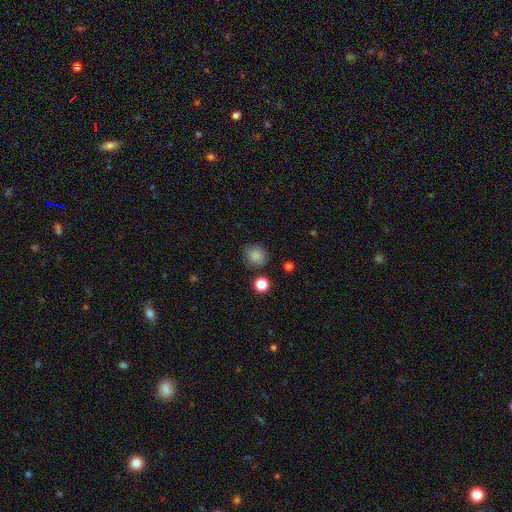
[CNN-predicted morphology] type=smooth (85%); roundness=round (77%); merging=none (80%).